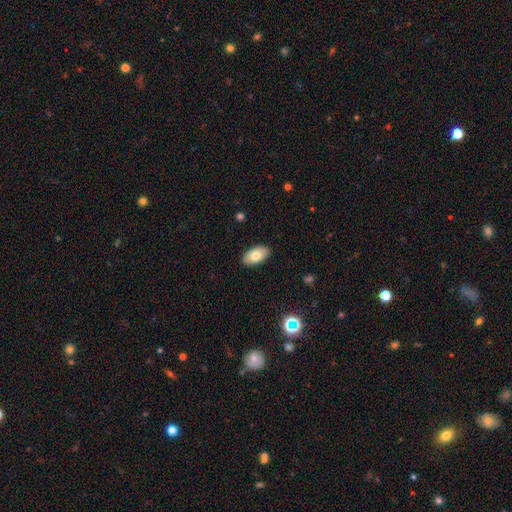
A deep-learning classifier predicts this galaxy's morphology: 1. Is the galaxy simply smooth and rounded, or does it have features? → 78% smooth, 15% featured or disk, 7% star or artifact.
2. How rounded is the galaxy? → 95% in between, 3% round, 2% cigar-shaped.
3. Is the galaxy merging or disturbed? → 89% none, 8% minor disturbance, 2% major disturbance, 1% merger.